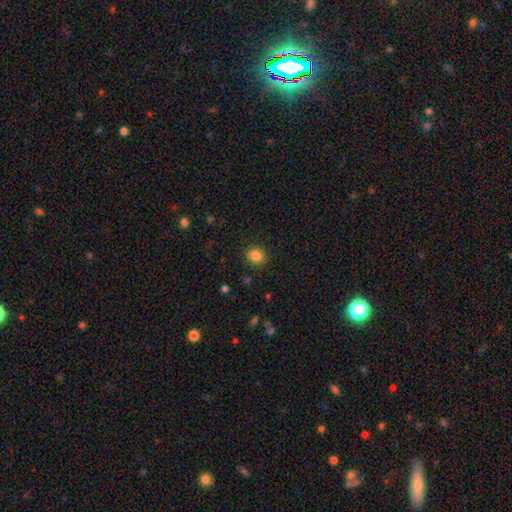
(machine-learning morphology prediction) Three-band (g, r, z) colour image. It shows a smooth galaxy with no disk features (84%) that is round (79%). Merging: none (89%).